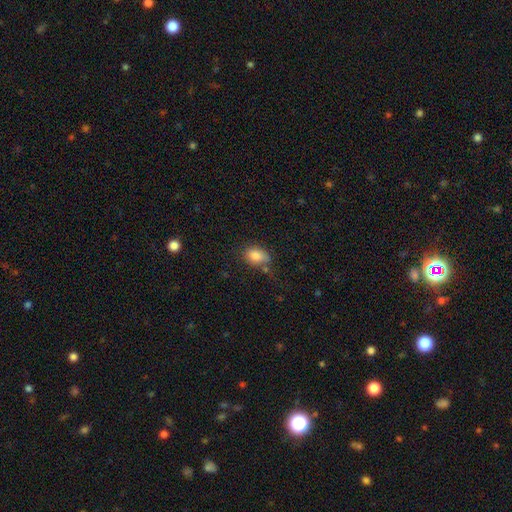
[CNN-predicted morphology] Smooth or featured? Predicted: smooth (p=0.83). How rounded? Predicted: in between (p=0.79). Merging? Predicted: none (p=0.63).